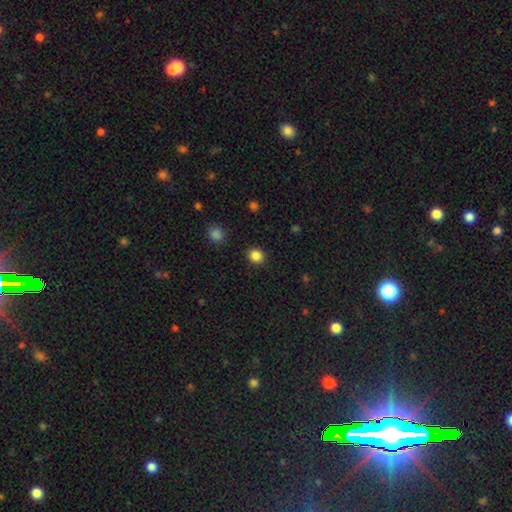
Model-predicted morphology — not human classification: This is clearly a smooth galaxy (86%). How rounded: clearly round (81%). Merging: clearly none (91%).